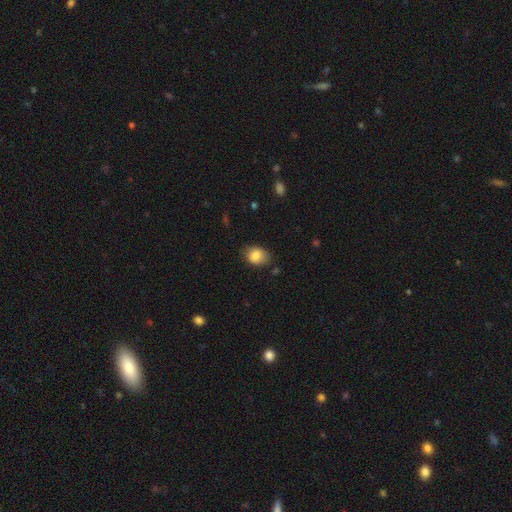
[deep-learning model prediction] smooth-or-featured: smooth: 85% | star or artifact: 8% | featured or disk: 7%
  how-rounded: in between: 66% | round: 33% | cigar-shaped: 1%
  merging: none: 73% | minor disturbance: 21% | major disturbance: 4% | merger: 2%